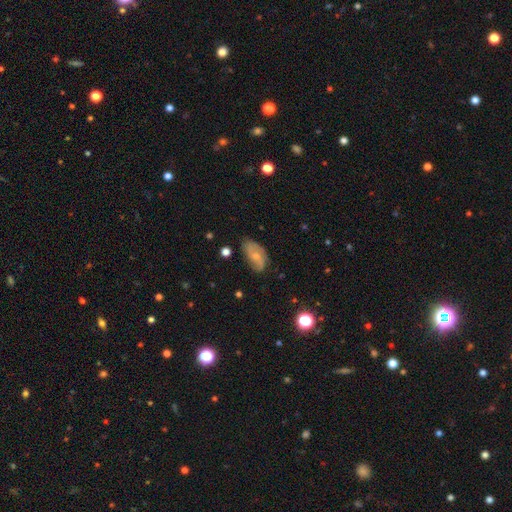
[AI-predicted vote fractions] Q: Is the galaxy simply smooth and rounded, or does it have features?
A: featured or disk — 50%.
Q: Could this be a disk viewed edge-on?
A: no — 94%.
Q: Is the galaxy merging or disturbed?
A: none — 63%.